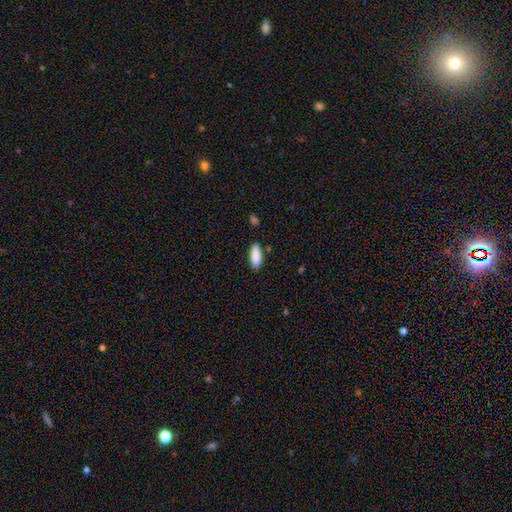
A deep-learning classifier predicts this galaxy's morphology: A smooth galaxy with no disk features (89%) that is in between round and cigar-shaped (67%). Merging: none (85%).